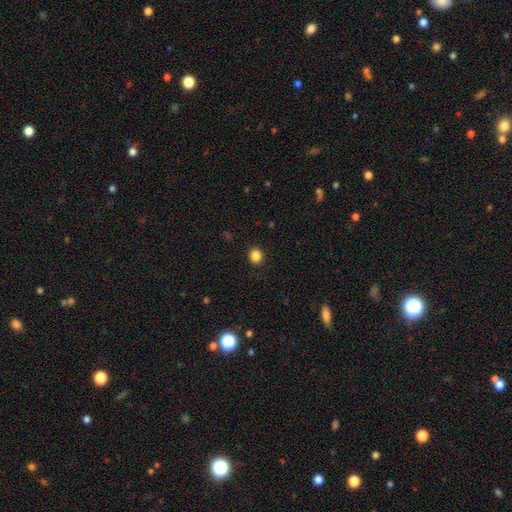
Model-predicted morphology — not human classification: type=smooth (86%); roundness=round (76%); merging=none (91%).